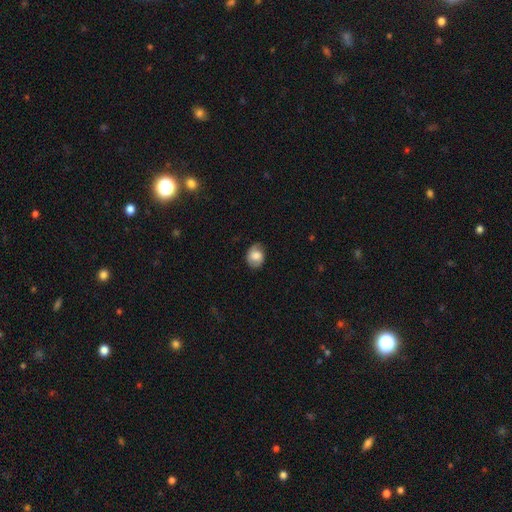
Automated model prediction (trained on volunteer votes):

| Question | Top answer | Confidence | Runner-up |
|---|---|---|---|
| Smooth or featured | smooth | 67% | featured or disk (25%) |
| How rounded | round | 50% | in between (49%) |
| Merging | none | 72% | minor disturbance (22%) |